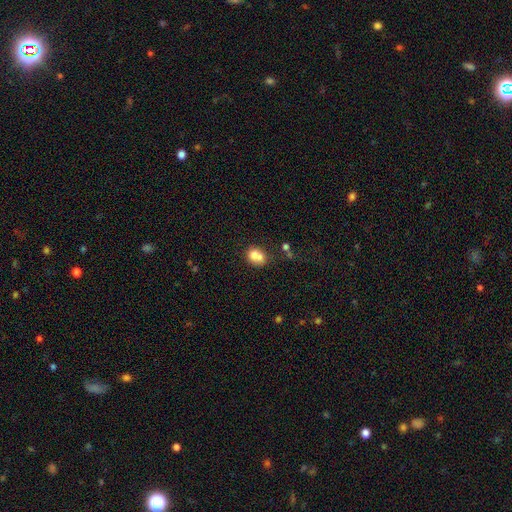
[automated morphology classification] This appears to be a smooth galaxy with no disk features (74%) that is round (57%). Merging: merger (47%).